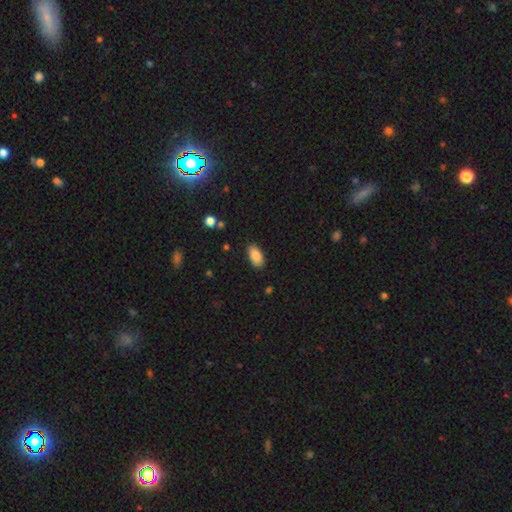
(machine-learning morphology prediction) smooth-or-featured: smooth: 87% | star or artifact: 7% | featured or disk: 6%
  how-rounded: in between: 93% | cigar-shaped: 4% | round: 3%
  merging: none: 86% | minor disturbance: 10% | major disturbance: 2% | merger: 1%